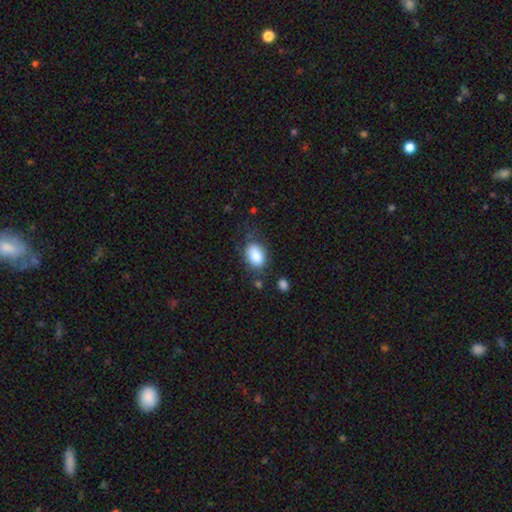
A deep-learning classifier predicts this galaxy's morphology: A smooth galaxy with no disk features (86%) that is in between round and cigar-shaped (85%).

Vote fractions:
- Smooth or featured? smooth: 86% / star or artifact: 7% / featured or disk: 7%
- How rounded? in between: 85% / round: 14% / cigar-shaped: 1%
- Merging? none: 68% / minor disturbance: 20% / major disturbance: 7% / merger: 4%